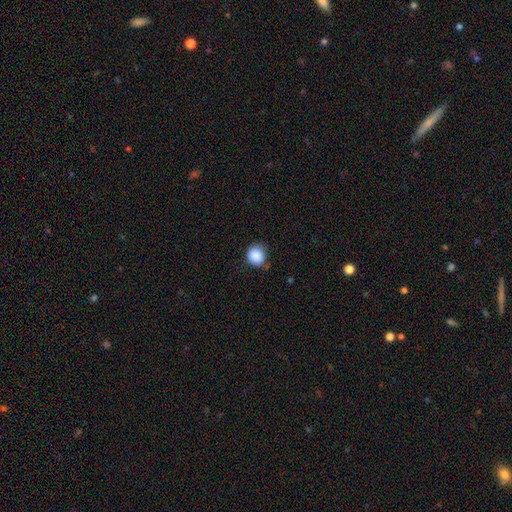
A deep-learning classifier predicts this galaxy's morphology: smooth 88%, star or artifact 9%, featured or disk 4%. Down the decision tree: how rounded — round (87%); merging — none (70%).